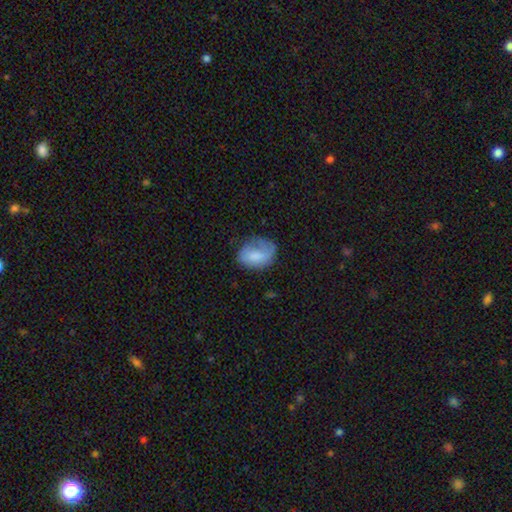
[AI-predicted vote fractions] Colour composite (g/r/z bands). It shows a smooth galaxy with no disk features (68%) that is in between round and cigar-shaped (73%). Merging: none (44%).